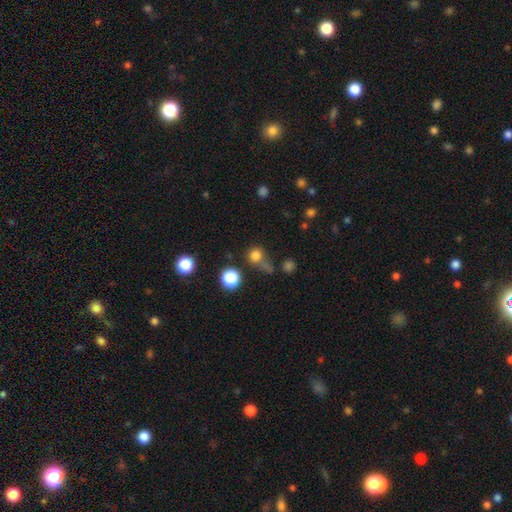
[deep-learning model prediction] Morphology: type=smooth (75%); roundness=round (90%); merging=none (61%).